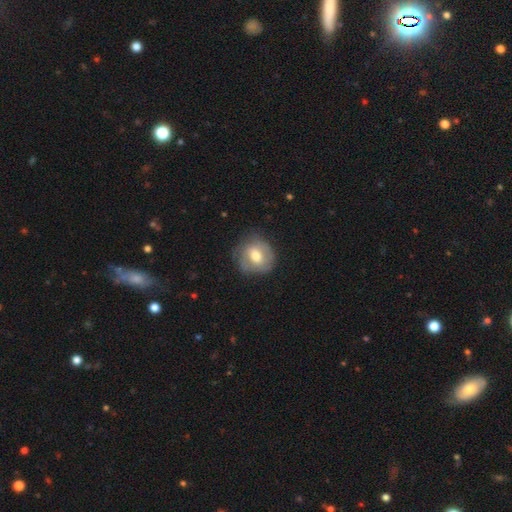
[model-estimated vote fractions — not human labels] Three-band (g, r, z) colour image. It shows a smooth galaxy with no disk features (49%). Merging: none (71%).